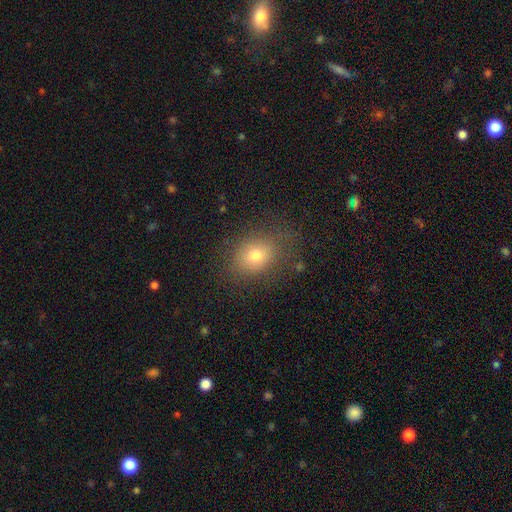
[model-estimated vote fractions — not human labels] Morphology: type=smooth (74%); roundness=in between (54%); merging=none (74%).